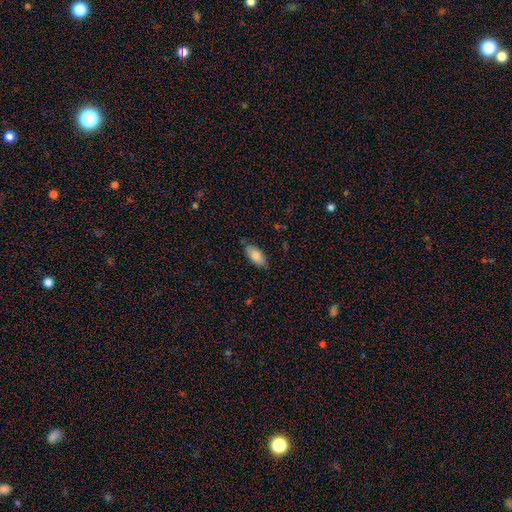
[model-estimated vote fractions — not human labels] Q: Smooth or featured?
A: smooth (83%); runner-up: featured or disk (10%)
Q: How rounded?
A: in between (88%); runner-up: cigar-shaped (10%)
Q: Merging?
A: none (79%); runner-up: minor disturbance (16%)